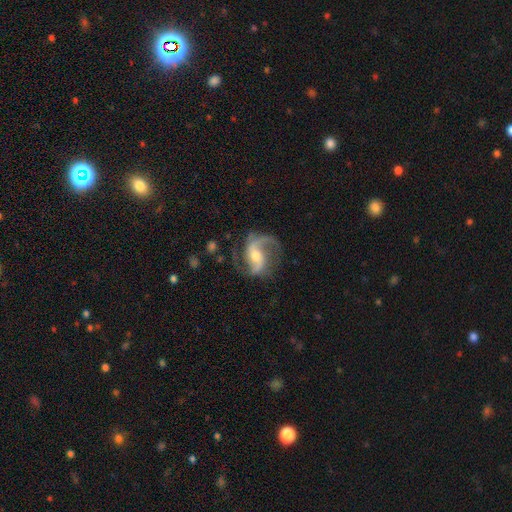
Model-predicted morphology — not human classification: This is clearly a featured or disk galaxy (89%). It is clearly not viewed edge-on (97%). Bar: marginally weak (40%). Spiral arm pattern: clearly yes (97%). Spiral arm count: clearly 2 (83%). Spiral winding: possibly loose (47%). Central bulge: possibly moderate (57%). Merging: likely none (69%).